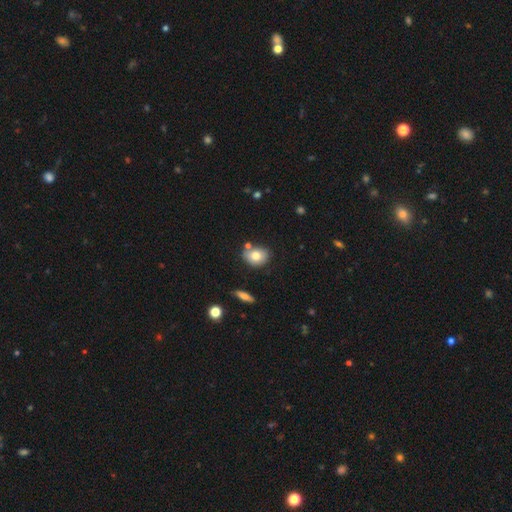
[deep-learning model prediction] This is likely a smooth galaxy (77%). How rounded: possibly in between (58%). Merging: likely none (68%).